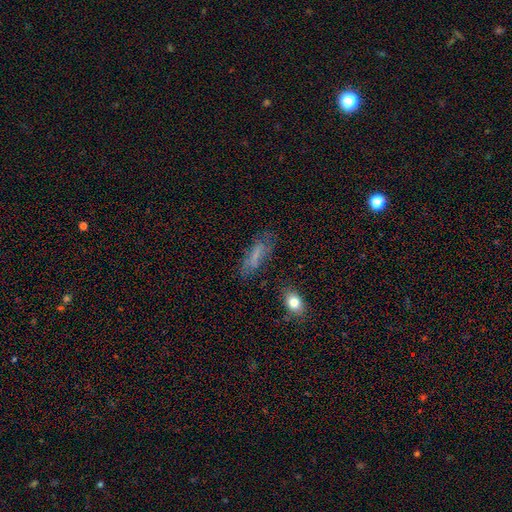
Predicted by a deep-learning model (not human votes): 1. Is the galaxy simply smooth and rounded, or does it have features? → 57% smooth, 30% featured or disk, 14% star or artifact.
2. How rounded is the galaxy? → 49% in between, 48% cigar-shaped, 3% round.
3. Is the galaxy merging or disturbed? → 67% none, 21% minor disturbance, 9% major disturbance, 3% merger.